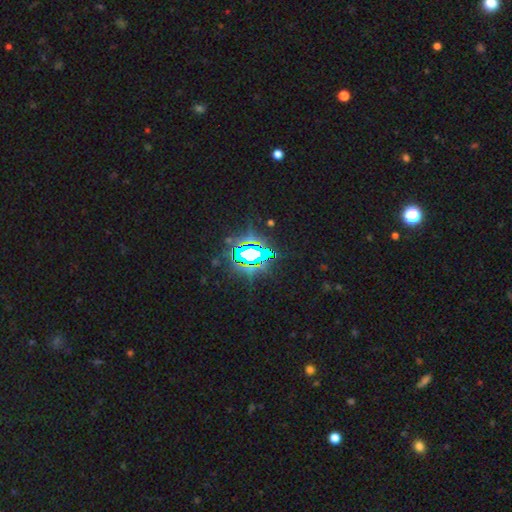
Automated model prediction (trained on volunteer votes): Morphology: type=star or artifact (76%).